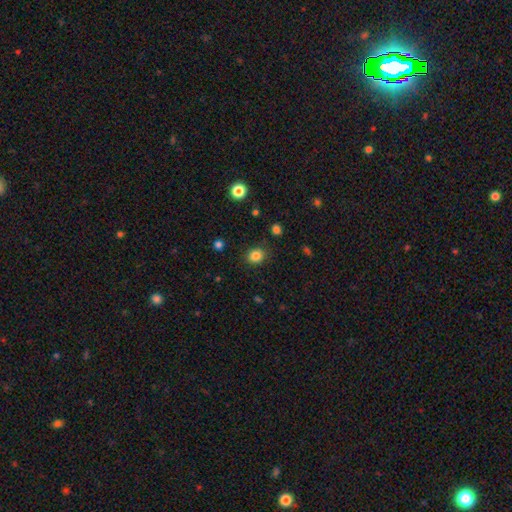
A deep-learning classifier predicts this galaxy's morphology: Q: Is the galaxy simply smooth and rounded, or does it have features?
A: smooth — 83%.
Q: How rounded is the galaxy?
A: round — 63%.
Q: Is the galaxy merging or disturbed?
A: none — 85%.